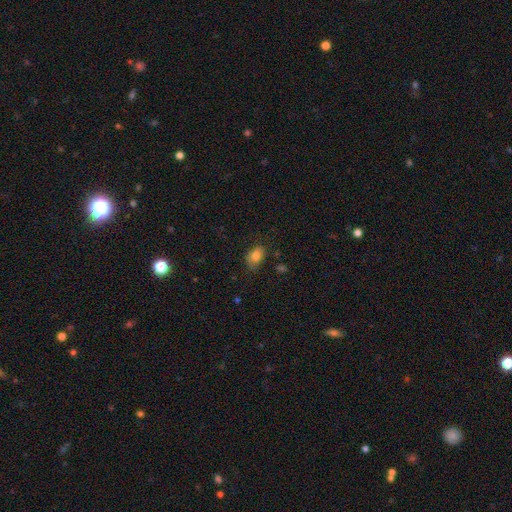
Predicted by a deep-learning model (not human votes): Q: Smooth or featured?
A: smooth (81%); runner-up: star or artifact (10%)
Q: How rounded?
A: in between (81%); runner-up: round (18%)
Q: Merging?
A: none (67%); runner-up: minor disturbance (24%)